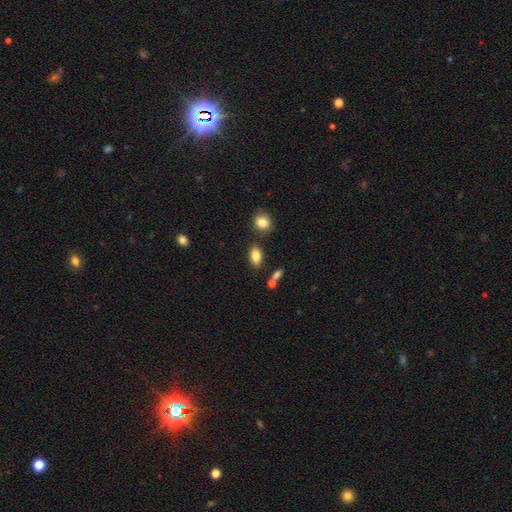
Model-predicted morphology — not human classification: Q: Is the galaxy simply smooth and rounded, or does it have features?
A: smooth — 84%.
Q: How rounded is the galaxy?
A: in between — 88%.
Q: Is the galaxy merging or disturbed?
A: none — 77%.